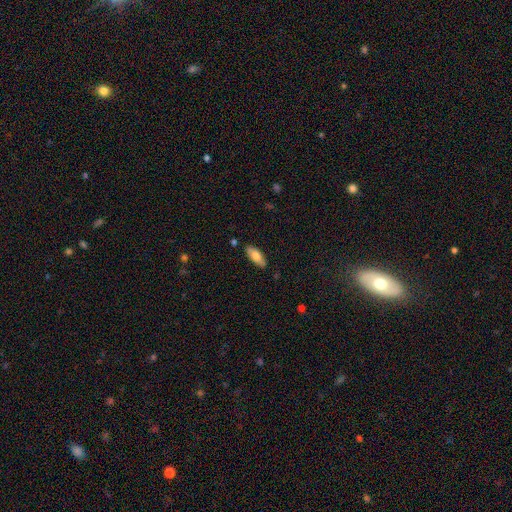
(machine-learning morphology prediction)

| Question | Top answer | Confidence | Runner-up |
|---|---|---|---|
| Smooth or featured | smooth | 76% | featured or disk (18%) |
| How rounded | in between | 75% | cigar-shaped (23%) |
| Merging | none | 86% | minor disturbance (10%) |